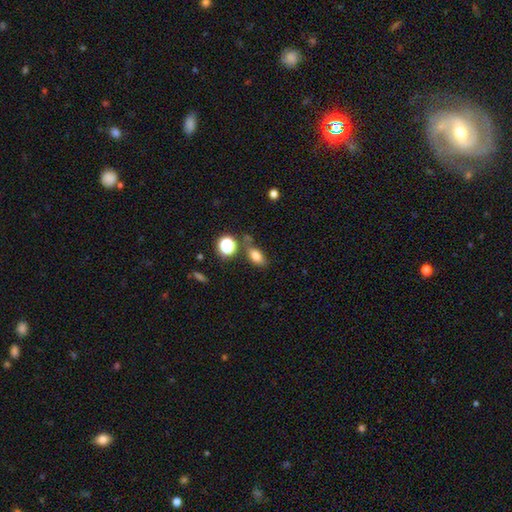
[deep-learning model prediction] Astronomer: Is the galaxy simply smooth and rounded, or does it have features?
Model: smooth — 77%.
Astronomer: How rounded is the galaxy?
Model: in between — 80%.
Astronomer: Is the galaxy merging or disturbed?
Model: none — 63%.